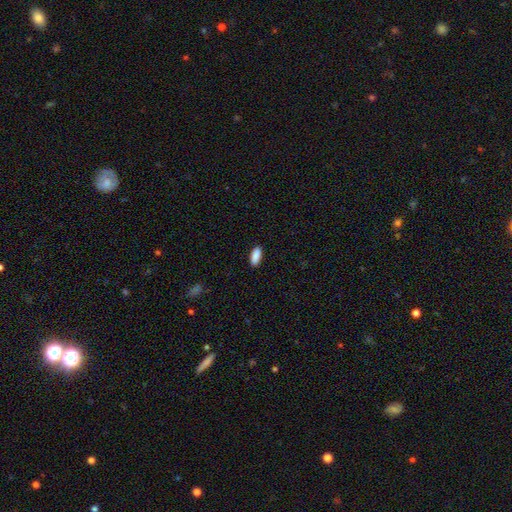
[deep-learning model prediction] This appears to be a smooth galaxy with no disk features (90%) that is in between round and cigar-shaped (83%). Merging: none (89%).